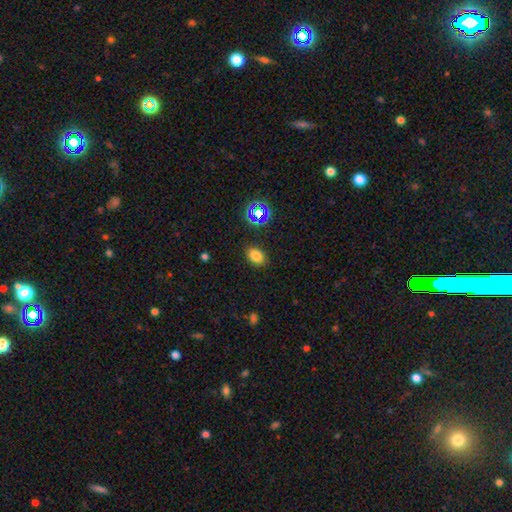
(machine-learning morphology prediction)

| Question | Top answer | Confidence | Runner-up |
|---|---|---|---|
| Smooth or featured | smooth | 79% | star or artifact (14%) |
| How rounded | in between | 78% | round (21%) |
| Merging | none | 86% | minor disturbance (10%) |